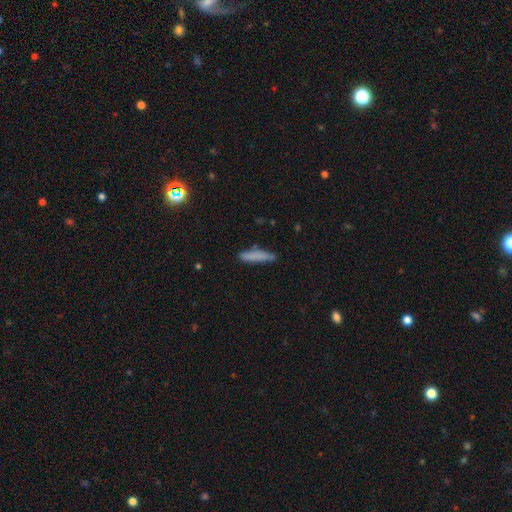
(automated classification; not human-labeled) This appears to be a smooth galaxy with no disk features (81%) that is cigar-shaped (88%). Merging: none (81%).